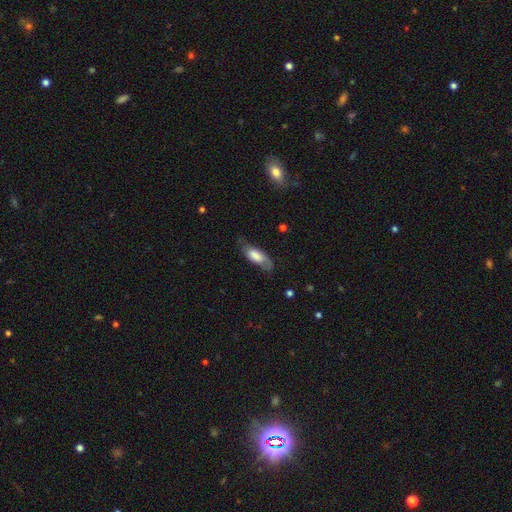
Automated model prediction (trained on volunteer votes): A smooth galaxy with no disk features (65%) that is in between round and cigar-shaped (73%).

Vote fractions:
- Smooth or featured? smooth: 65% / featured or disk: 29% / star or artifact: 7%
- How rounded? in between: 73% / cigar-shaped: 25% / round: 2%
- Merging? none: 59% / minor disturbance: 28% / major disturbance: 12% / merger: 2%